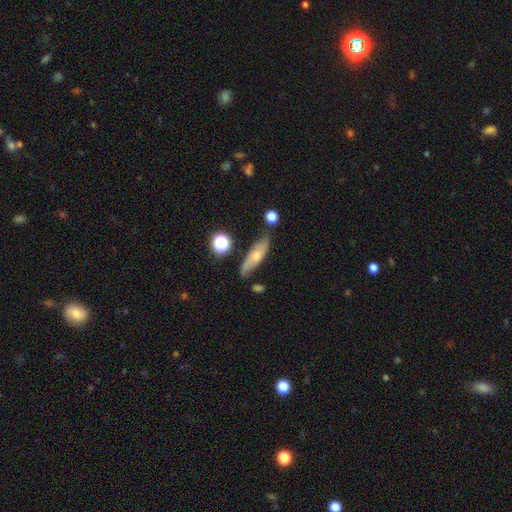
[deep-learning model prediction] Smooth or featured? smooth (52%)
How rounded? cigar-shaped (50%)
Merging? none (66%)